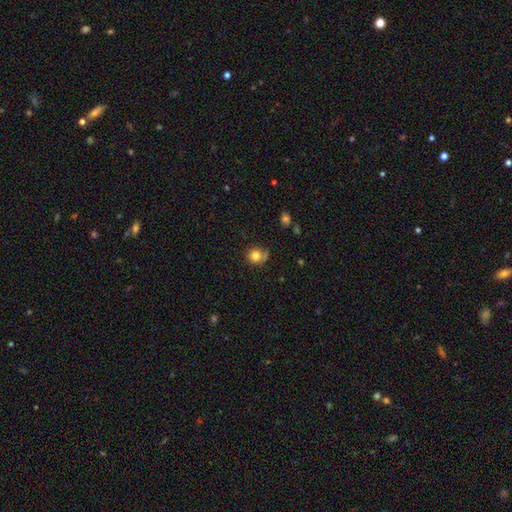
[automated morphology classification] Smooth or featured: smooth — 80% (star or artifact — 11%)
How rounded: round — 85% (in between — 14%)
Merging: none — 64% (minor disturbance — 21%)